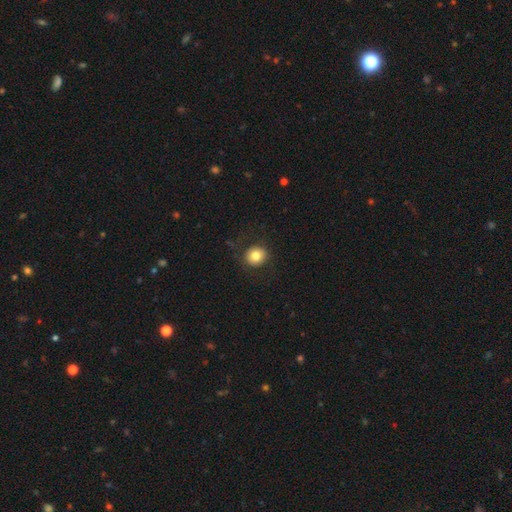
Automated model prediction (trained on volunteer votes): Smooth or featured: smooth — 82% (star or artifact — 10%)
How rounded: round — 84% (in between — 15%)
Merging: none — 87% (minor disturbance — 9%)